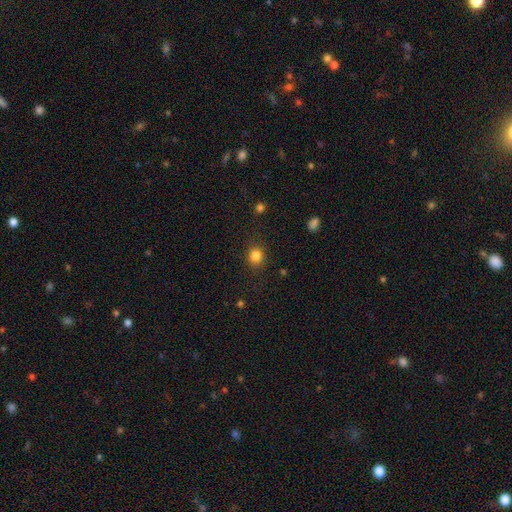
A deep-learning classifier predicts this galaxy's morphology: smooth-or-featured: smooth: 84% | star or artifact: 12% | featured or disk: 4%
  how-rounded: round: 78% | in between: 21% | cigar-shaped: 1%
  merging: none: 86% | minor disturbance: 9% | major disturbance: 3% | merger: 1%